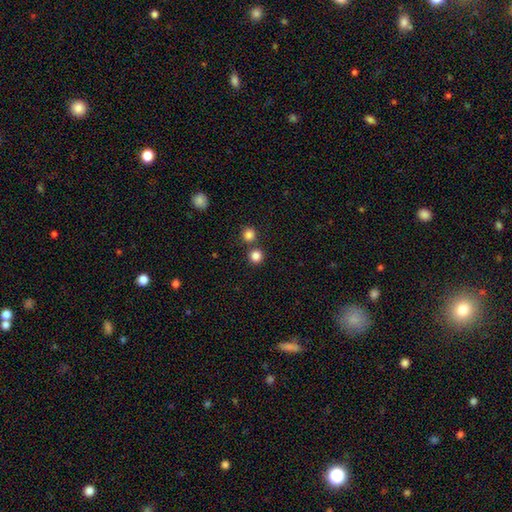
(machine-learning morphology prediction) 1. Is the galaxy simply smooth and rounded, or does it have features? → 83% smooth, 13% star or artifact, 4% featured or disk.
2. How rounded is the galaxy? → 93% round, 6% in between, 1% cigar-shaped.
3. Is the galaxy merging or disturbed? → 75% none, 17% merger, 6% minor disturbance, 2% major disturbance.